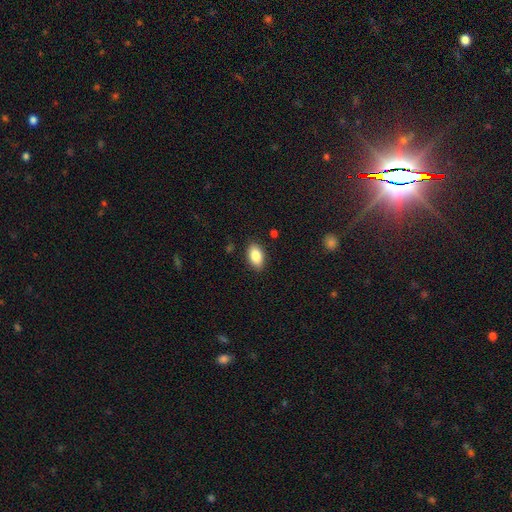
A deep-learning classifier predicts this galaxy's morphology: smooth-or-featured: smooth: 86% | star or artifact: 7% | featured or disk: 6%
  how-rounded: in between: 92% | round: 6% | cigar-shaped: 2%
  merging: none: 88% | minor disturbance: 9% | major disturbance: 2% | merger: 1%